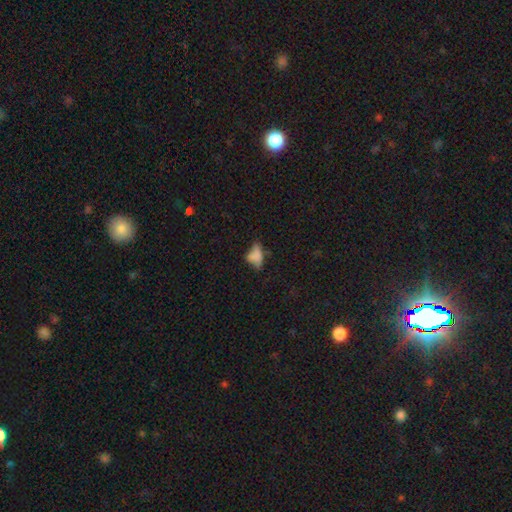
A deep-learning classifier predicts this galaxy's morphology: smooth_or_featured: smooth (p=0.66) [alt: featured or disk p=0.18]
how_rounded: in between (p=0.84) [alt: round p=0.09]
merging: none (p=0.34) [alt: minor disturbance p=0.31]